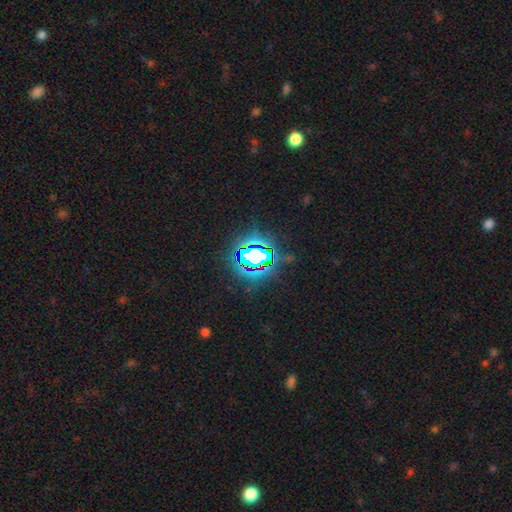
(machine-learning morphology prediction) Smooth or featured? Predicted: star or artifact (p=0.77).